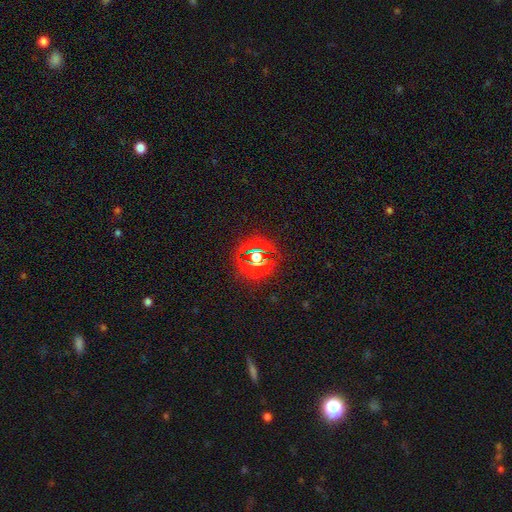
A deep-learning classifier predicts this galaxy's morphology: A star or artifact, not a galaxy (67%).

Vote fractions:
- Smooth or featured? star or artifact: 67% / smooth: 23% / featured or disk: 10%